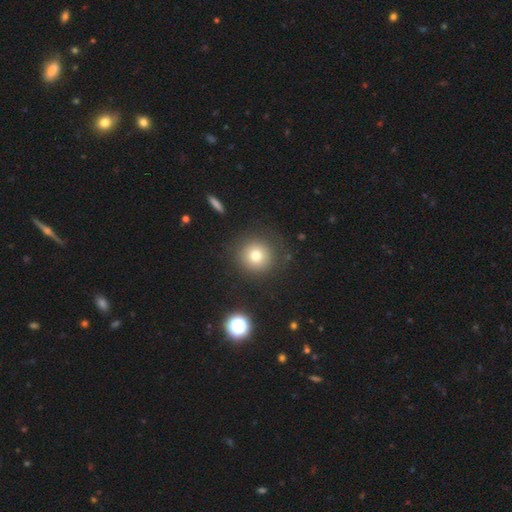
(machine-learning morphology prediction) Smooth or featured? smooth (76%)
How rounded? round (93%)
Merging? none (86%)